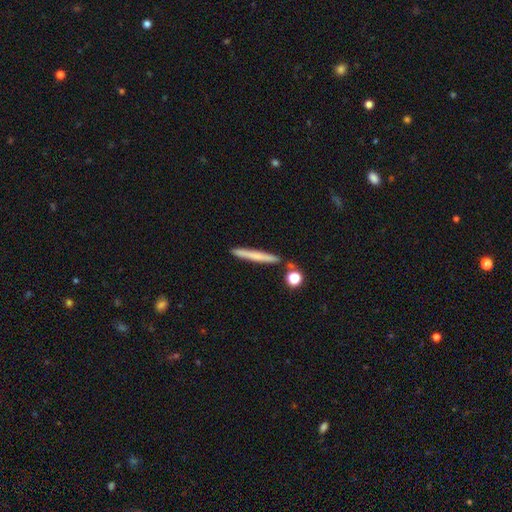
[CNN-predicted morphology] smooth_or_featured: smooth (p=0.62) [alt: featured or disk p=0.31]
how_rounded: cigar-shaped (p=0.95) [alt: in between p=0.03]
merging: none (p=0.84) [alt: minor disturbance p=0.09]